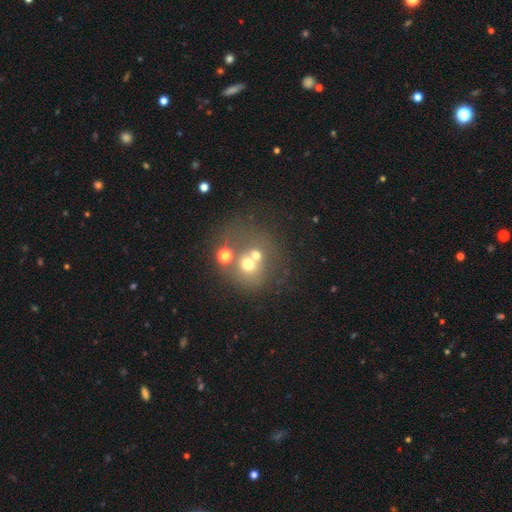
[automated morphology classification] A smooth galaxy with no disk features (56%) that is round (80%). Merging: merger (45%).